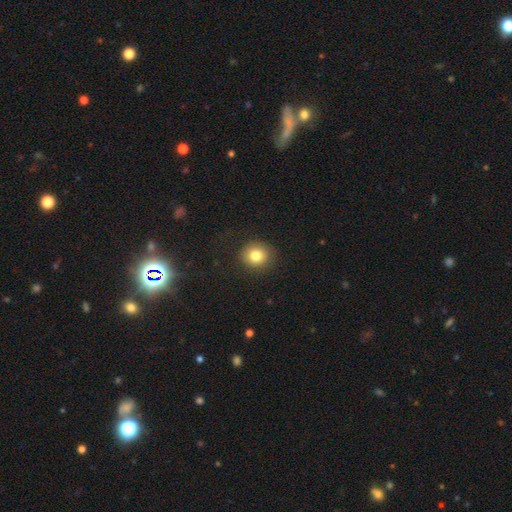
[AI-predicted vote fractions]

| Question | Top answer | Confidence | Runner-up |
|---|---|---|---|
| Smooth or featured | smooth | 80% | star or artifact (11%) |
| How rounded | round | 86% | in between (13%) |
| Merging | none | 87% | minor disturbance (8%) |